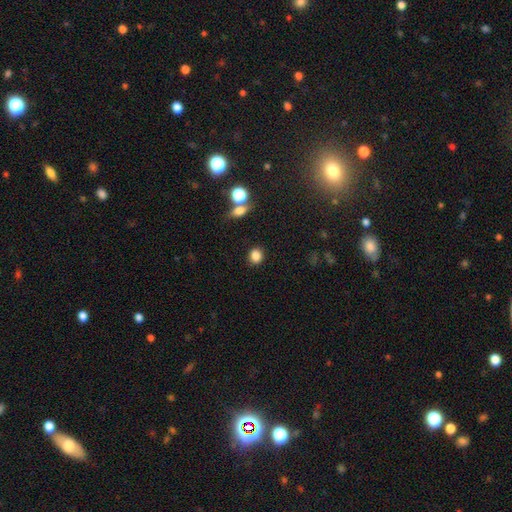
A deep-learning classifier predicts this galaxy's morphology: A smooth galaxy with no disk features (84%) that is round (63%).

Vote fractions:
- Smooth or featured? smooth: 84% / star or artifact: 11% / featured or disk: 5%
- How rounded? round: 63% / in between: 35% / cigar-shaped: 1%
- Merging? none: 85% / minor disturbance: 8% / merger: 4% / major disturbance: 3%